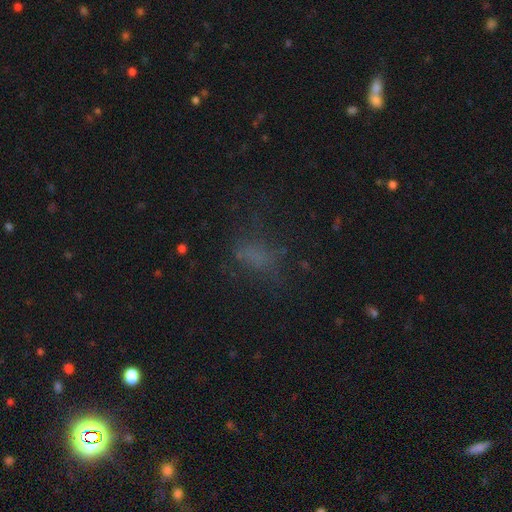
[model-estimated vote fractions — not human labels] This is possibly a smooth galaxy (51%). How rounded: likely in between (72%). Merging: possibly none (52%).